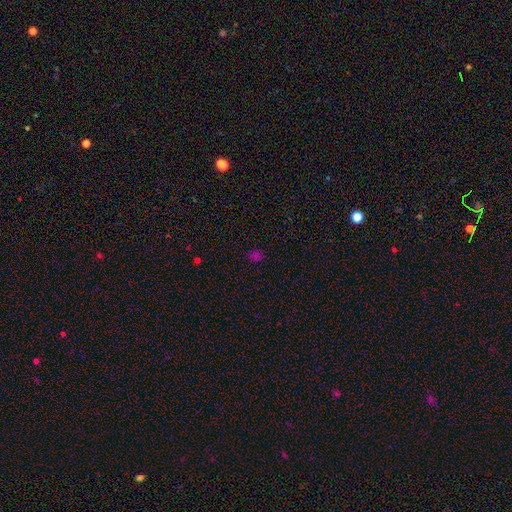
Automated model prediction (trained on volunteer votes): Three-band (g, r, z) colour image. It shows a smooth galaxy with no disk features (65%) that is round (57%). Merging: none (82%).